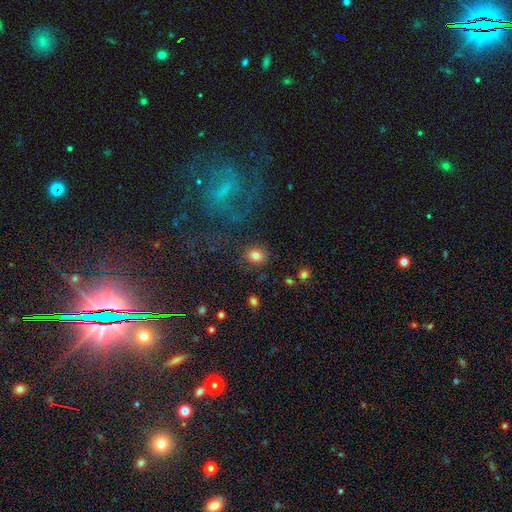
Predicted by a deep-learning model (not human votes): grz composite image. It shows a smooth galaxy with no disk features (79%) that is round (53%). Merging: none (82%).